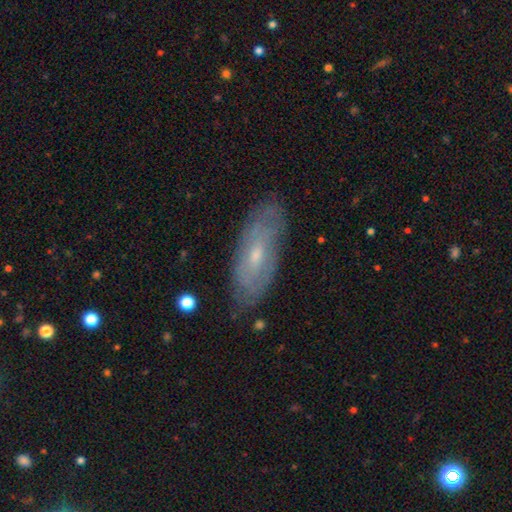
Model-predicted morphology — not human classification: smooth-or-featured: featured or disk: 58% | smooth: 35% | star or artifact: 7%
  disk-edge-on: no: 80% | yes: 20%
  merging: none: 77% | minor disturbance: 17% | major disturbance: 4% | merger: 1%